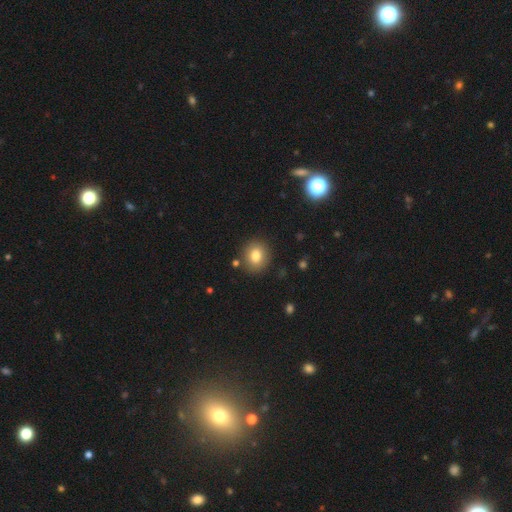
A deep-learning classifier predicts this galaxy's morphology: A smooth galaxy with no disk features (80%) that is round (75%).

Vote fractions:
- Smooth or featured? smooth: 80% / star or artifact: 10% / featured or disk: 9%
- How rounded? round: 75% / in between: 24% / cigar-shaped: 1%
- Merging? none: 86% / minor disturbance: 8% / merger: 3% / major disturbance: 3%